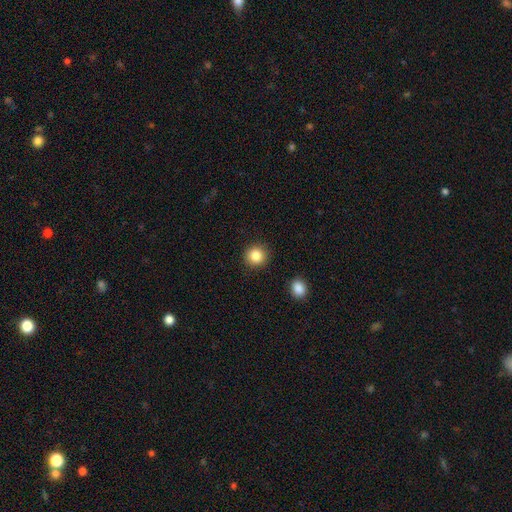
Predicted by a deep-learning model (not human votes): Smooth or featured? smooth (85%)
How rounded? round (92%)
Merging? none (90%)